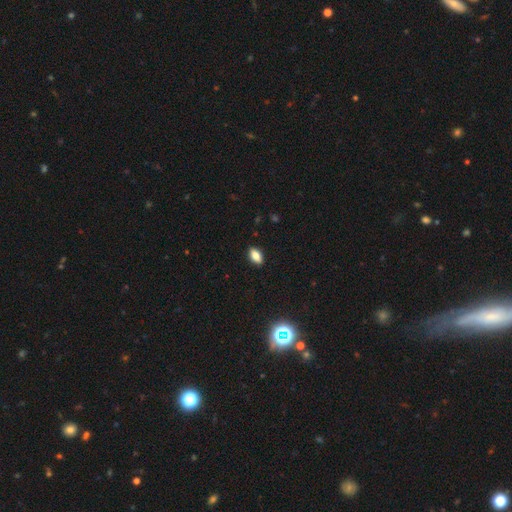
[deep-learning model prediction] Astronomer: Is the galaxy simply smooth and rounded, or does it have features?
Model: smooth — 80%.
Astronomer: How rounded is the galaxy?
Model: in between — 88%.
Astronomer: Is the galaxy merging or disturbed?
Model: none — 89%.